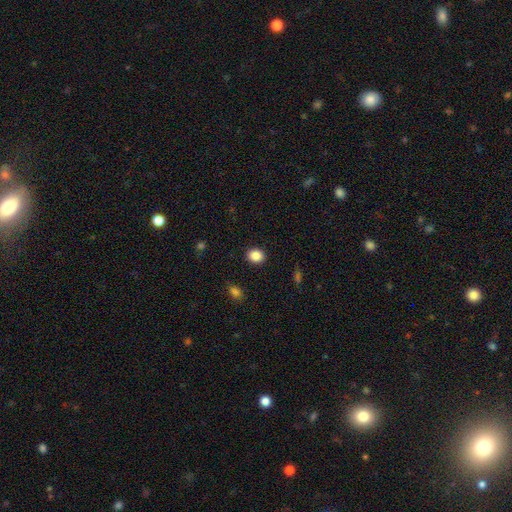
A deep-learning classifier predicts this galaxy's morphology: A smooth galaxy with no disk features (87%) that is round (56%).

Vote fractions:
- Smooth or featured? smooth: 87% / star or artifact: 9% / featured or disk: 4%
- How rounded? round: 56% / in between: 43% / cigar-shaped: 1%
- Merging? none: 90% / minor disturbance: 7% / major disturbance: 2% / merger: 1%